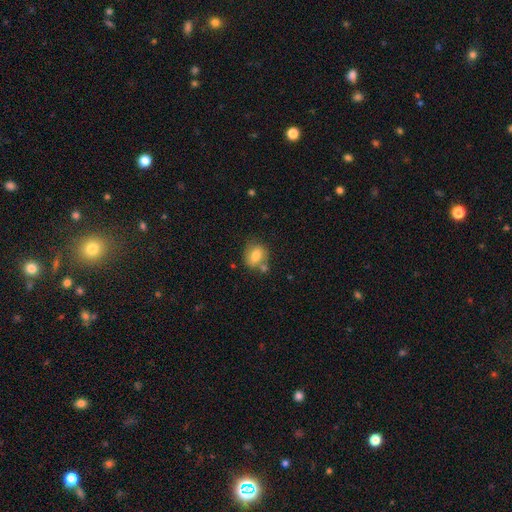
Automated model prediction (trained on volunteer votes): Morphology: type=smooth (73%); roundness=round (55%); merging=none (61%).